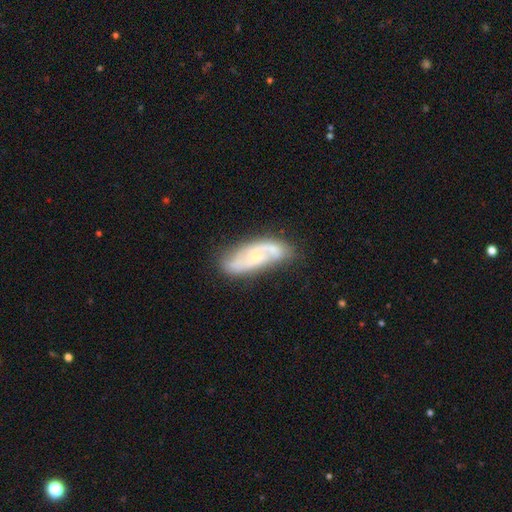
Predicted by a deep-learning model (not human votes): A featured or disk galaxy (71%) with no bar (60%), 2 (74%) medium (45%) spiral arms (88%) and a small central bulge (60%).

Vote fractions:
- Smooth or featured? featured or disk: 71% / smooth: 23% / star or artifact: 6%
- Edge-on disk? no: 90% / yes: 10%
- Bar? no: 60% / weak: 32% / strong: 8%
- Spiral arms? yes: 88% / no: 12%
- Spiral winding? medium: 45% / loose: 29% / tight: 26%
- Spiral arm count? 2: 74% / can't tell: 15% / 3: 5% / 1: 3% / 4: 2% / more than 4: 1%
- Bulge size? small: 60% / moderate: 31% / none: 6% / large: 2% / dominant: 1%
- Merging? none: 65% / minor disturbance: 21% / major disturbance: 7% / merger: 6%